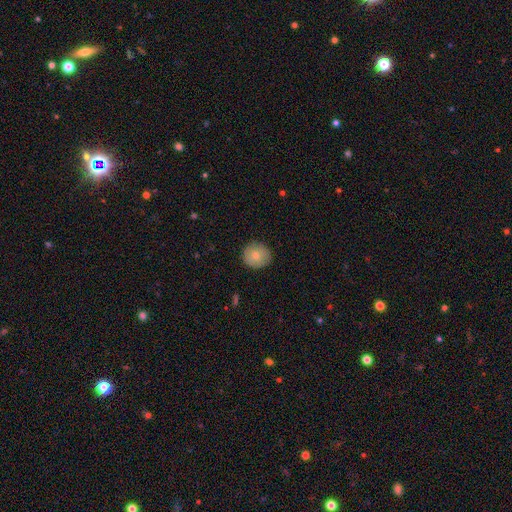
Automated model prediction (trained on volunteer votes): smooth 73%, featured or disk 19%, star or artifact 8%. Down the decision tree: how rounded — round (89%); merging — none (87%).